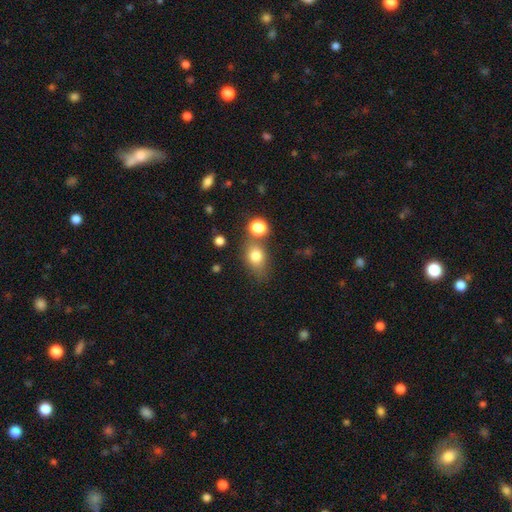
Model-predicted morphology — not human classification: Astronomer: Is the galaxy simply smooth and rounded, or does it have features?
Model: smooth — 78%.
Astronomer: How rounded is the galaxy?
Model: in between — 62%.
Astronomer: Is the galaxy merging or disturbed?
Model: none — 61%.